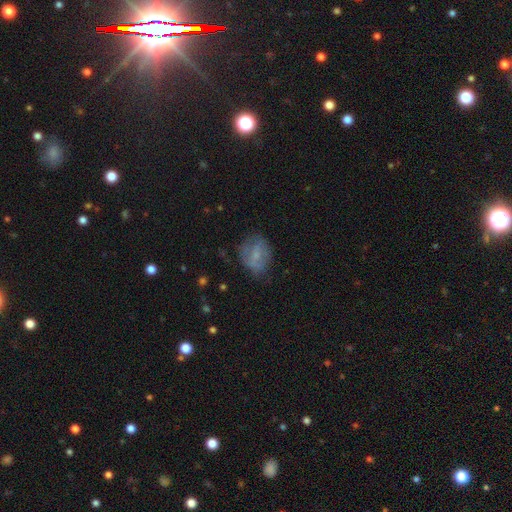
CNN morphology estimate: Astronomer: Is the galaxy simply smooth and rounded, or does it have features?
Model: smooth — 53% (runner-up: featured or disk, 37%).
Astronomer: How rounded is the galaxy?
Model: in between — 60% (runner-up: round, 39%).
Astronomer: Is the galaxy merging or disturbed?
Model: none — 62%.